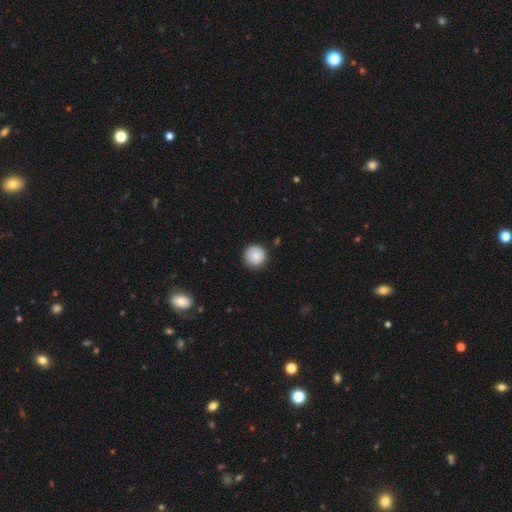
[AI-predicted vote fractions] Smooth or featured?
  - smooth: 83% *
  - featured or disk: 10%
  - star or artifact: 7%
How rounded?
  - round: 95% *
  - in between: 4%
  - cigar-shaped: 1%
Merging?
  - none: 86% *
  - minor disturbance: 10%
  - major disturbance: 2%
  - merger: 1%